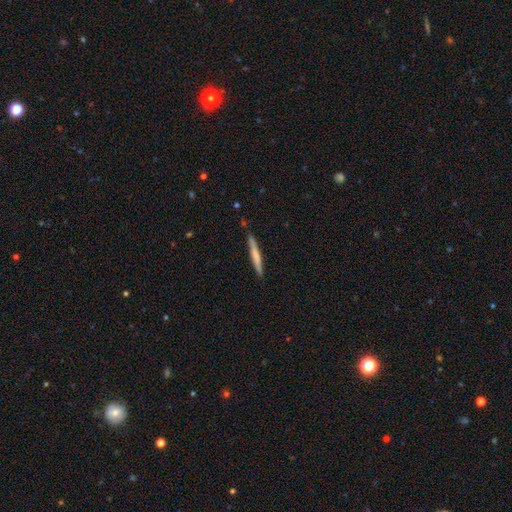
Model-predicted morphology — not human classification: Q: Smooth or featured?
A: smooth (58%); runner-up: featured or disk (37%)
Q: How rounded?
A: cigar-shaped (96%); runner-up: in between (3%)
Q: Merging?
A: none (87%); runner-up: minor disturbance (10%)